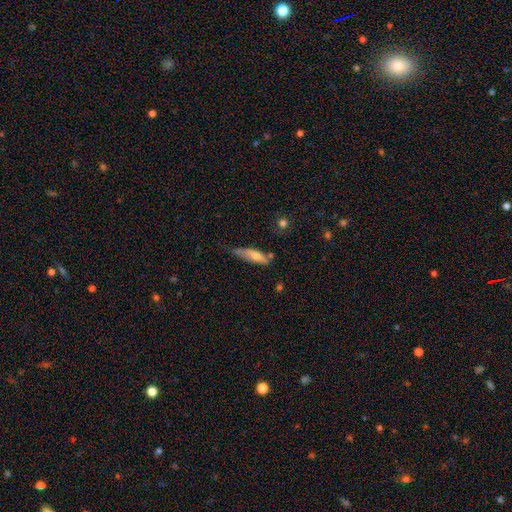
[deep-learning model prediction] A smooth galaxy with no disk features (60%) that is cigar-shaped (53%).

Vote fractions:
- Smooth or featured? smooth: 60% / featured or disk: 34% / star or artifact: 7%
- How rounded? cigar-shaped: 53% / in between: 44% / round: 2%
- Merging? minor disturbance: 40% / none: 37% / major disturbance: 17% / merger: 6%